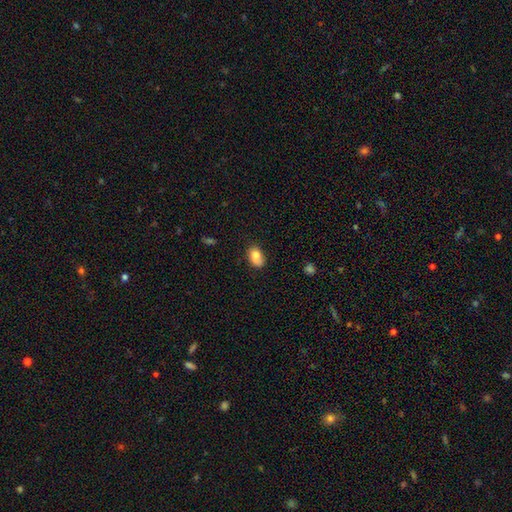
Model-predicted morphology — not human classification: smooth_or_featured: smooth (p=0.81) [alt: featured or disk p=0.11]
how_rounded: in between (p=0.85) [alt: round p=0.14]
merging: none (p=0.61) [alt: minor disturbance p=0.28]